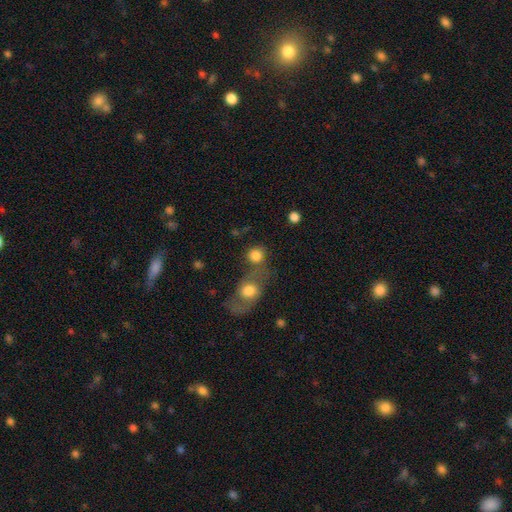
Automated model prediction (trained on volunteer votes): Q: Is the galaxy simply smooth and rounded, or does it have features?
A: smooth — 82%.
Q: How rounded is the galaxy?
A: round — 84%.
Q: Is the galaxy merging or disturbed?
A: none — 48%.